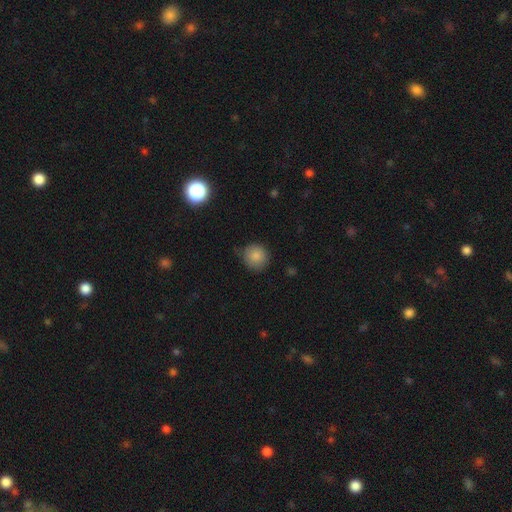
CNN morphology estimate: This is clearly a smooth galaxy (85%). How rounded: clearly round (90%). Merging: likely none (74%).